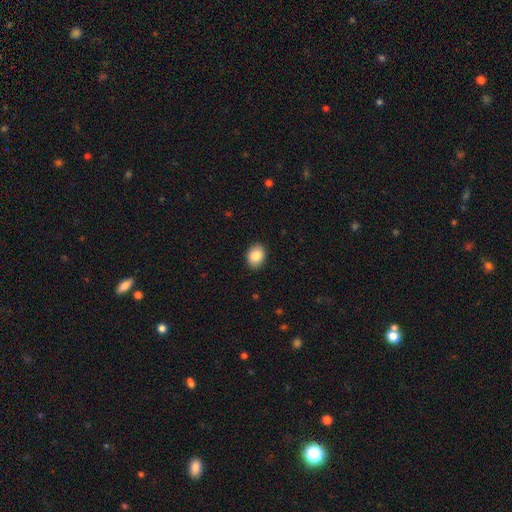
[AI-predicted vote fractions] A smooth galaxy with no disk features (87%) that is in between round and cigar-shaped (62%). Merging: none (90%).